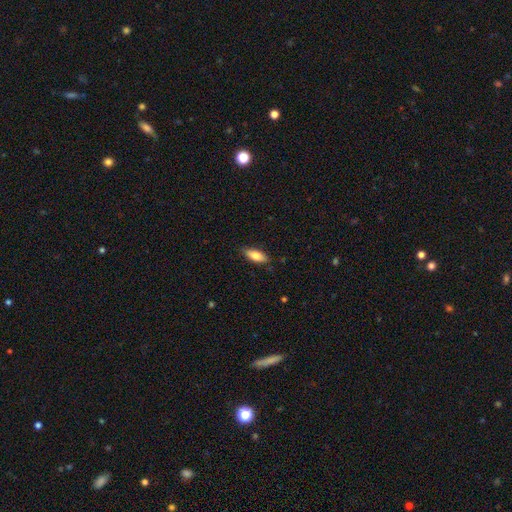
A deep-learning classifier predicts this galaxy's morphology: Overall: smooth (77%). How rounded: in between (78%). Merging: none (85%).